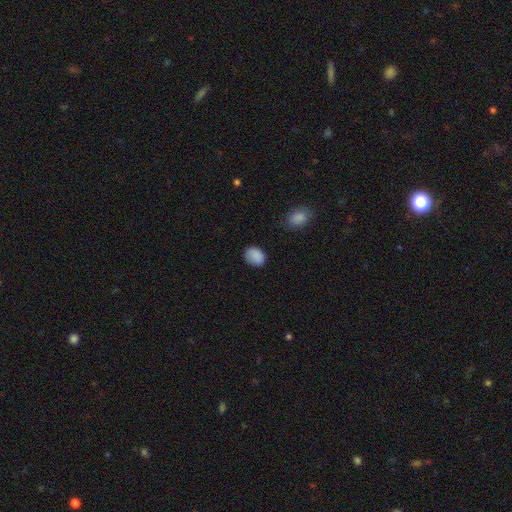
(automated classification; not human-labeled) smooth 88%, star or artifact 8%, featured or disk 4%. Down the decision tree: how rounded — in between (66%); merging — none (79%).